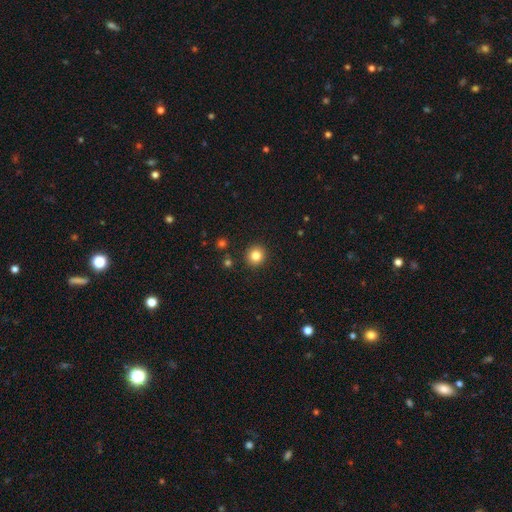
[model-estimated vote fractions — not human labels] smooth_or_featured: smooth (p=0.83) [alt: star or artifact p=0.11]
how_rounded: round (p=0.91) [alt: in between p=0.08]
merging: none (p=0.91) [alt: minor disturbance p=0.05]